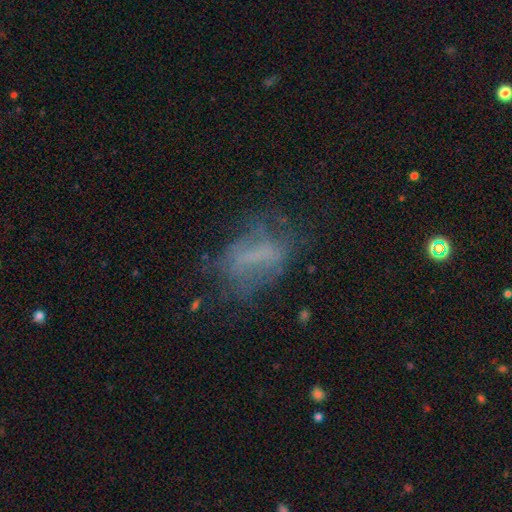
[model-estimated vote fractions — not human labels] featured or disk 41%, smooth 40%, star or artifact 19%. Down the decision tree: merging — none (51%).